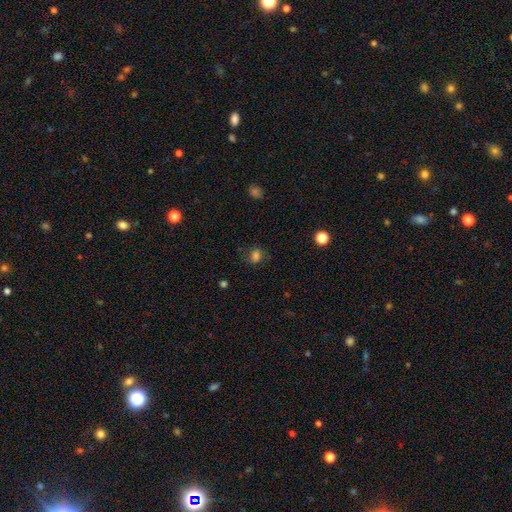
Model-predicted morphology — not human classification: Smooth or featured? smooth (77%)
How rounded? in between (57%)
Merging? none (71%)